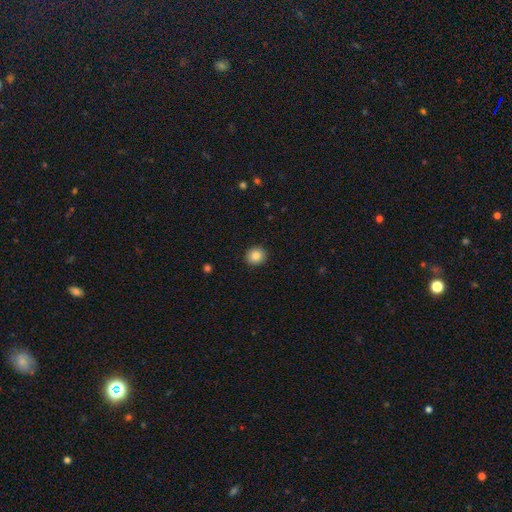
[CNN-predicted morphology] smooth-or-featured: smooth: 85% | star or artifact: 9% | featured or disk: 6%
  how-rounded: round: 87% | in between: 12% | cigar-shaped: 1%
  merging: none: 92% | minor disturbance: 5% | major disturbance: 2% | merger: 1%